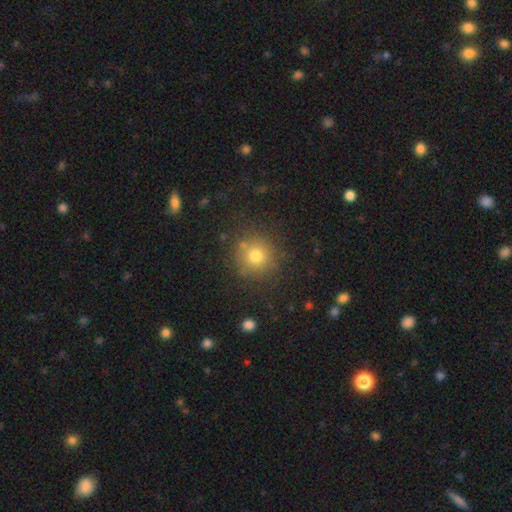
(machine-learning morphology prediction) Smooth or featured?
  - smooth: 75% *
  - star or artifact: 15%
  - featured or disk: 10%
How rounded?
  - round: 93% *
  - in between: 6%
  - cigar-shaped: 1%
Merging?
  - none: 83% *
  - minor disturbance: 9%
  - merger: 4%
  - major disturbance: 4%